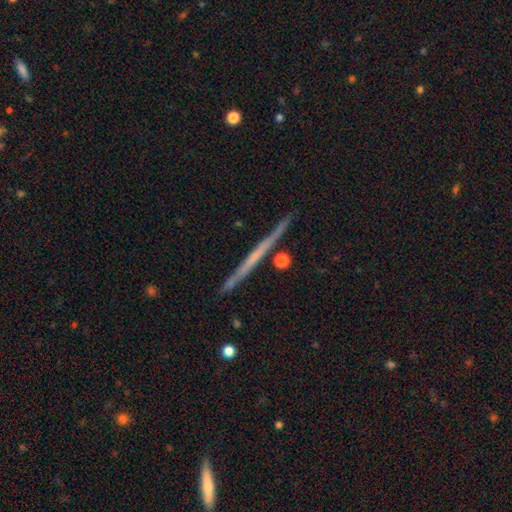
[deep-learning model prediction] This is likely a featured or disk galaxy (61%). It is clearly viewed edge-on (98%). Edge-on bulge: clearly none (89%). Merging: clearly none (90%).